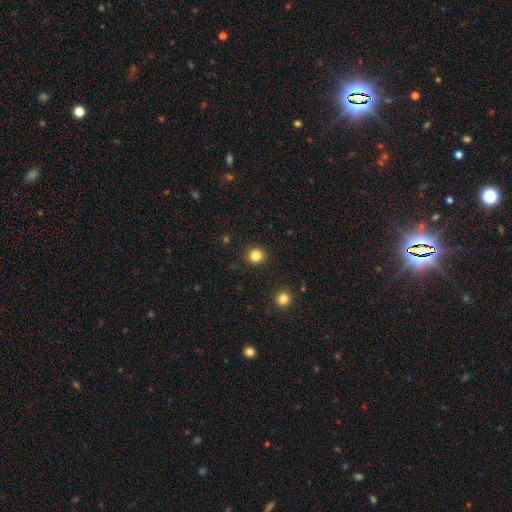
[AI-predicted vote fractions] A smooth galaxy with no disk features (83%) that is round (91%).

Vote fractions:
- Smooth or featured? smooth: 83% / star or artifact: 13% / featured or disk: 5%
- How rounded? round: 91% / in between: 8% / cigar-shaped: 1%
- Merging? none: 91% / minor disturbance: 5% / major disturbance: 2% / merger: 1%